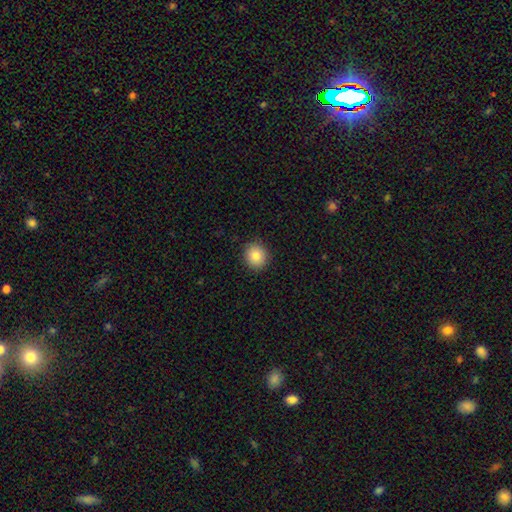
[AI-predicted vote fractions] Morphology: type=smooth (84%); roundness=round (86%); merging=none (90%).